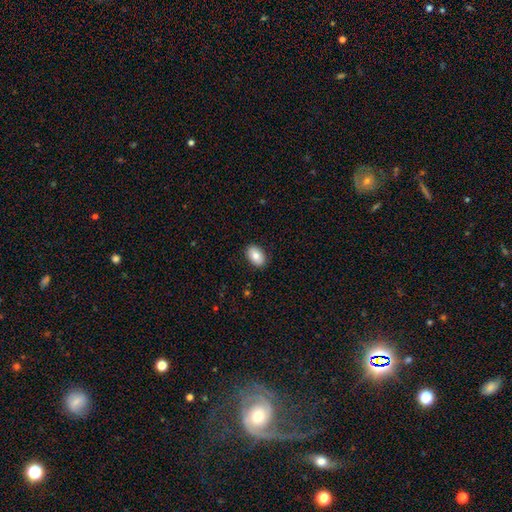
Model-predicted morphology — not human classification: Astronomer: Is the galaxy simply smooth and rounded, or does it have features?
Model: smooth — 82%.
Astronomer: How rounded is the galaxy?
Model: in between — 89%.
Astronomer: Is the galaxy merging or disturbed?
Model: none — 89%.